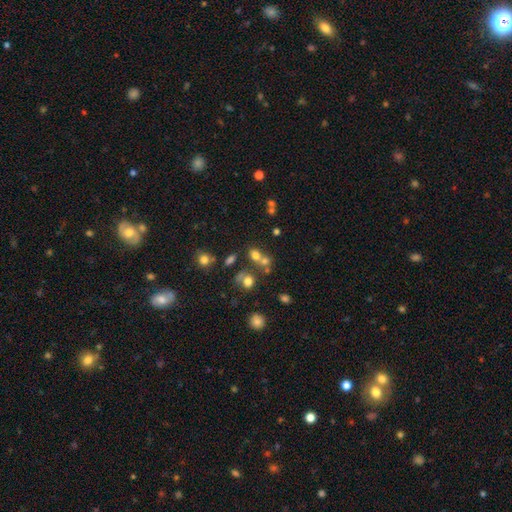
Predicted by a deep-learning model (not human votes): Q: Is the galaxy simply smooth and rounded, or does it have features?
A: smooth — 66%.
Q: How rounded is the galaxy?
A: round — 55%.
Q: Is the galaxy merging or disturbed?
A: merger — 43%.